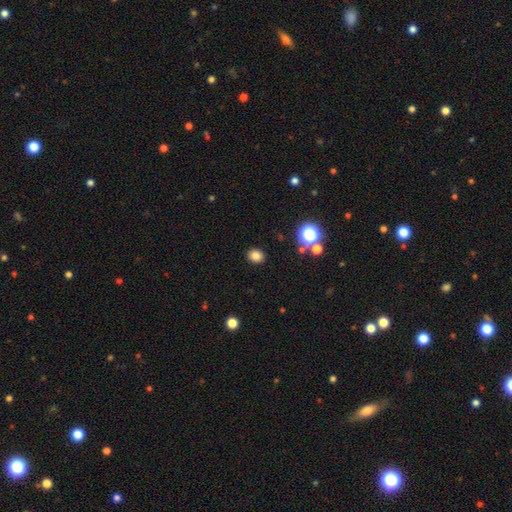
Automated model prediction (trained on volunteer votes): Morphology: type=smooth (81%); roundness=round (67%); merging=none (90%).